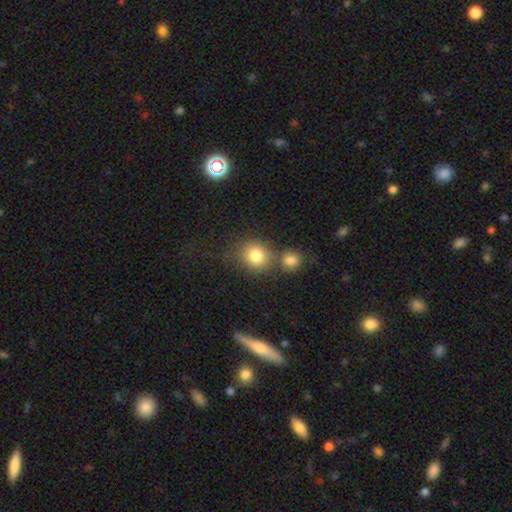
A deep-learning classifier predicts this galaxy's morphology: Q: Smooth or featured?
A: smooth (81%); runner-up: star or artifact (11%)
Q: How rounded?
A: round (81%); runner-up: in between (18%)
Q: Merging?
A: none (53%); runner-up: merger (32%)